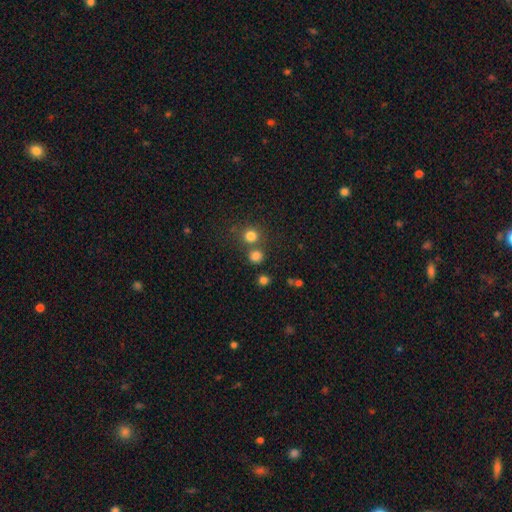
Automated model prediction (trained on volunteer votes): Overall: smooth (79%). How rounded: round (88%). Merging: none (68%).